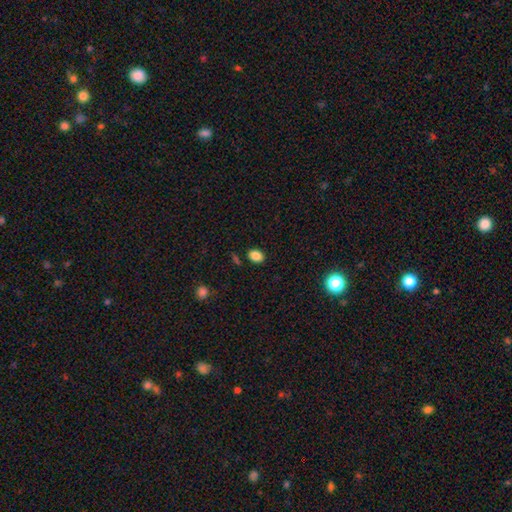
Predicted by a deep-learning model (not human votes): smooth_or_featured: smooth (p=0.85) [alt: star or artifact p=0.10]
how_rounded: in between (p=0.71) [alt: round p=0.28]
merging: none (p=0.85) [alt: minor disturbance p=0.09]